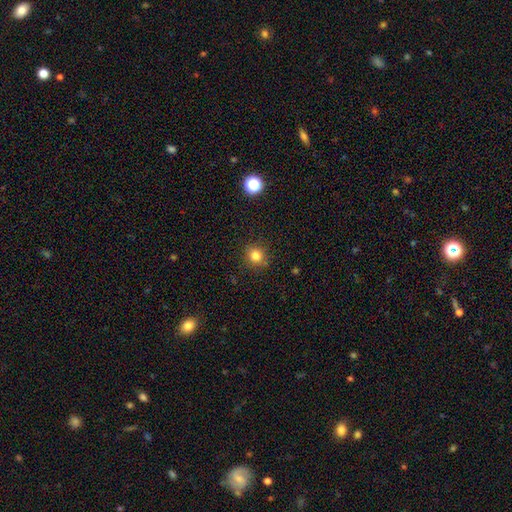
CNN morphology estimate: Smooth or featured?
  - smooth: 81% *
  - star or artifact: 14%
  - featured or disk: 6%
How rounded?
  - round: 89% *
  - in between: 10%
  - cigar-shaped: 1%
Merging?
  - none: 87% *
  - minor disturbance: 8%
  - major disturbance: 3%
  - merger: 2%